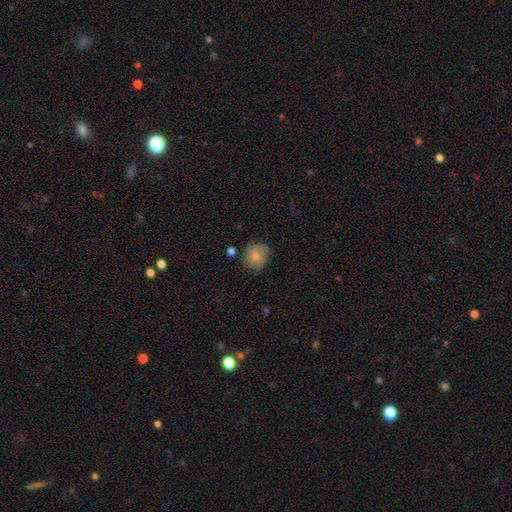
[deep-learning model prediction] smooth_or_featured: smooth (p=0.75) [alt: featured or disk p=0.17]
how_rounded: round (p=0.70) [alt: in between p=0.29]
merging: none (p=0.66) [alt: minor disturbance p=0.24]